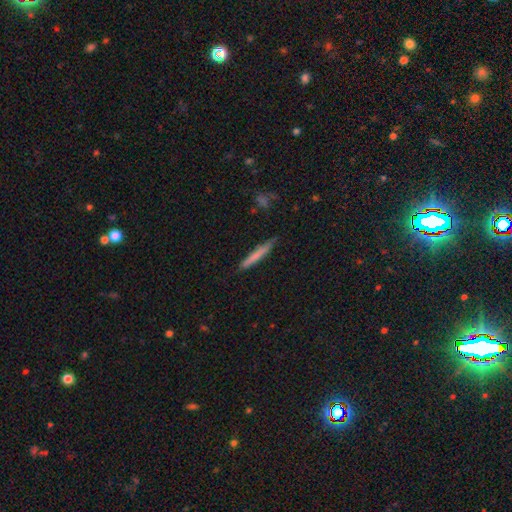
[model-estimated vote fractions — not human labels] This appears to be a smooth galaxy with no disk features (70%) that is cigar-shaped (95%). Merging: none (84%).